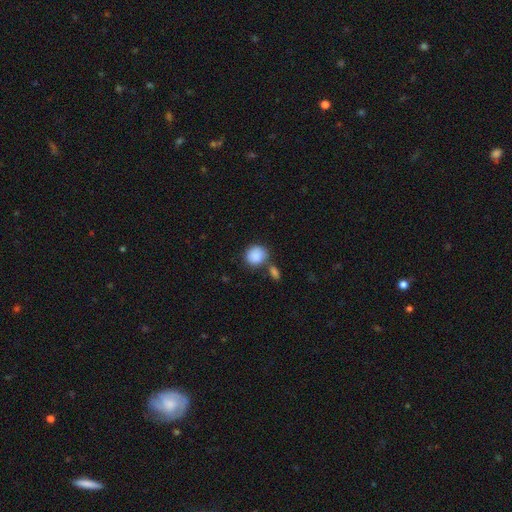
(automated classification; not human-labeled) Q: Smooth or featured?
A: smooth (88%); runner-up: star or artifact (7%)
Q: How rounded?
A: round (75%); runner-up: in between (24%)
Q: Merging?
A: none (55%); runner-up: merger (24%)